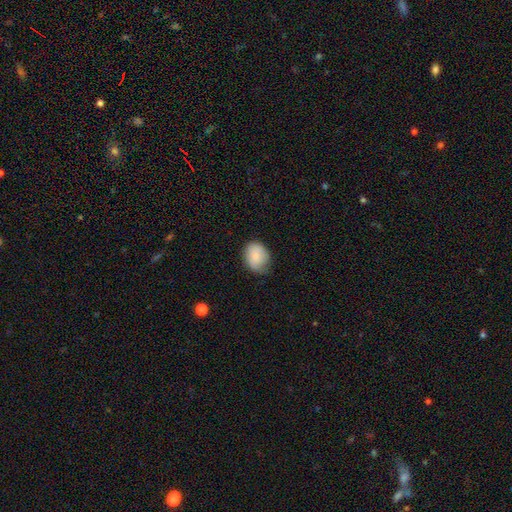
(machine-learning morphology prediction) The model was most divided on "how rounded": round: 50%, in between: 49%, cigar-shaped: 1%. More confident: smooth or featured — smooth (81%); merging — none (59%).